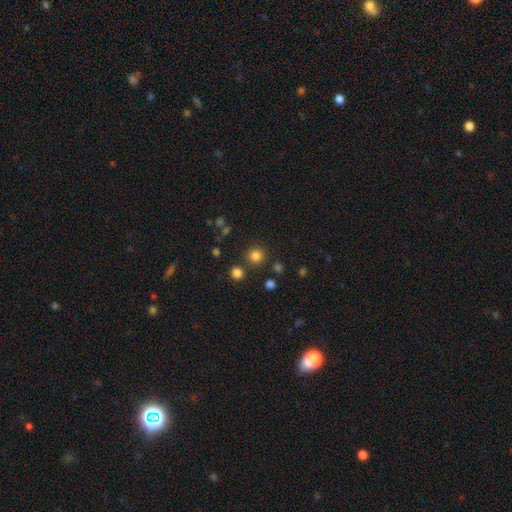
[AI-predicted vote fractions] This appears to be a smooth galaxy with no disk features (80%) that is round (93%). Merging: none (84%).